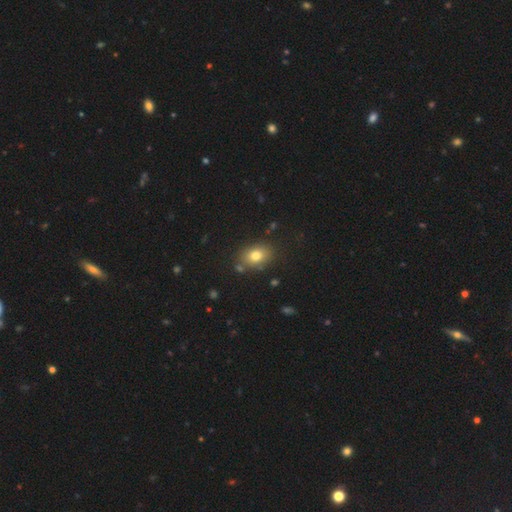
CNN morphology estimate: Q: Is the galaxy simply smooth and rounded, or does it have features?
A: smooth — 79%.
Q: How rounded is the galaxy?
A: in between — 73%.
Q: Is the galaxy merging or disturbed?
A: none — 80%.